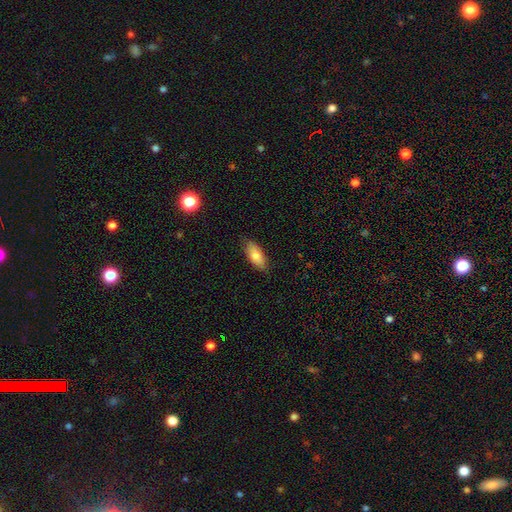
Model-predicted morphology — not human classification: Smooth or featured? smooth (80%)
How rounded? in between (81%)
Merging? none (83%)